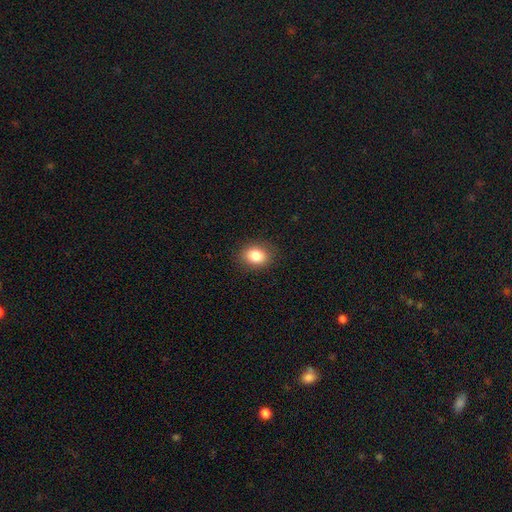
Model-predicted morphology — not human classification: Q: Smooth or featured?
A: smooth (84%); runner-up: star or artifact (10%)
Q: How rounded?
A: in between (57%); runner-up: round (42%)
Q: Merging?
A: none (88%); runner-up: minor disturbance (9%)